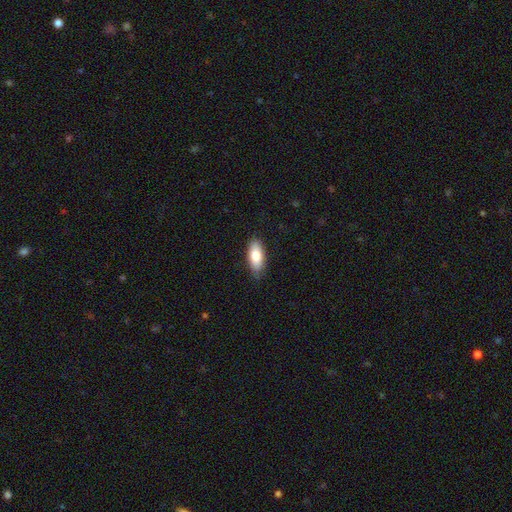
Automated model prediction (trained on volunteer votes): Q: Smooth or featured?
A: smooth (80%); runner-up: featured or disk (14%)
Q: How rounded?
A: in between (84%); runner-up: cigar-shaped (13%)
Q: Merging?
A: none (83%); runner-up: minor disturbance (14%)